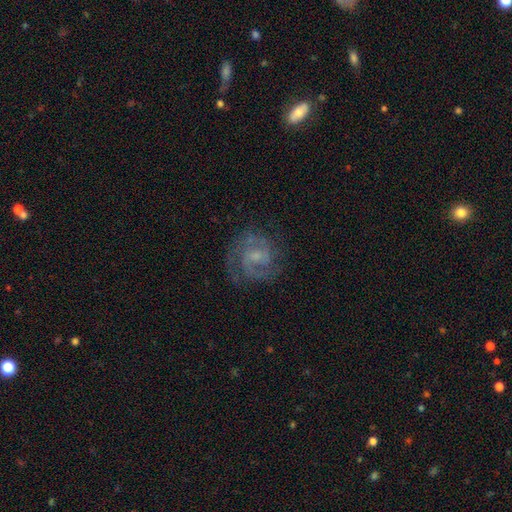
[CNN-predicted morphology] type=featured or disk (83%); edge-on=no (98%); bar=weak (46%, tied with no); spiral arms=yes (95%); winding=medium (46%); arm count=2 (71%); bulge=small (52%); merging=none (74%).